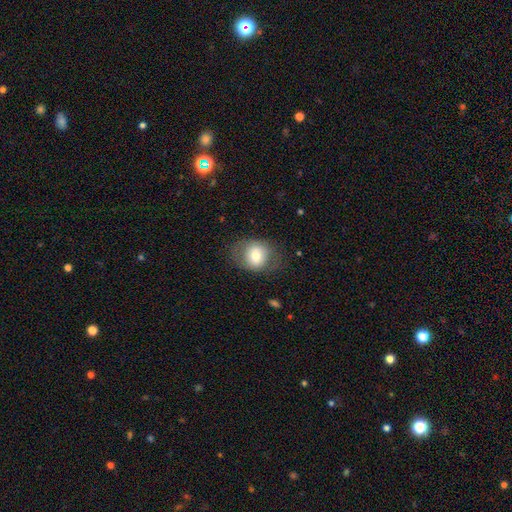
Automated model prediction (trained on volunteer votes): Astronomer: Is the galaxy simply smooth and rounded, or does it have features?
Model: smooth — 67%.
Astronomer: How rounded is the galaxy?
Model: round — 59% (runner-up: in between, 40%).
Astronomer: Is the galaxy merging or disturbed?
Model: none — 72%.